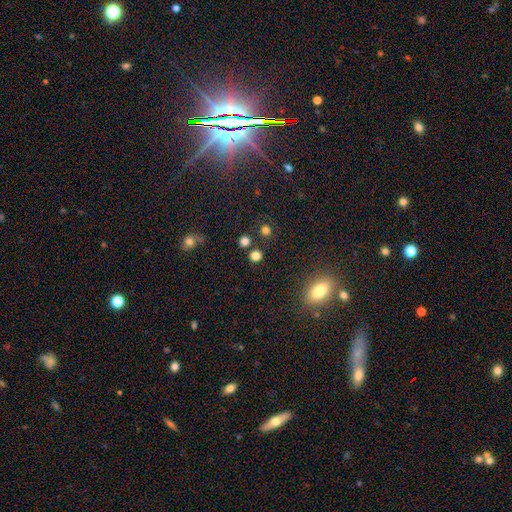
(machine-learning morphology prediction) smooth 77%, star or artifact 18%, featured or disk 5%. Down the decision tree: how rounded — round (85%); merging — none (82%).